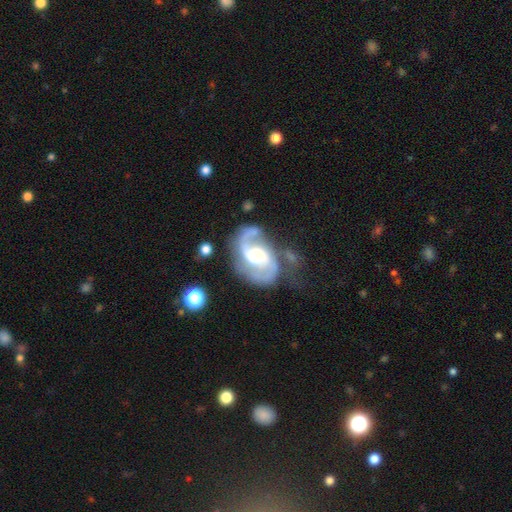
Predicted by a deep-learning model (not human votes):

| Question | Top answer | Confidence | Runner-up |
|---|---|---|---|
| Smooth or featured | featured or disk | 90% | smooth (5%) |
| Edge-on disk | no | 98% | yes (2%) |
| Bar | weak | 45% | no (38%) |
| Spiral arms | yes | 97% | no (3%) |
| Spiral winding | medium | 55% | loose (25%) |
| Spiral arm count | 2 | 89% | 1 (3%) |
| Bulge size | moderate | 39% | large (23%) |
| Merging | none | 55% | minor disturbance (22%) |